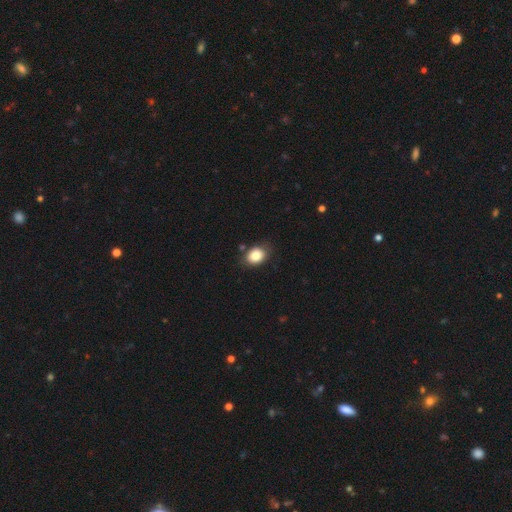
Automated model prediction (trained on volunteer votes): Morphology: type=smooth (84%); roundness=in between (64%); merging=none (77%).